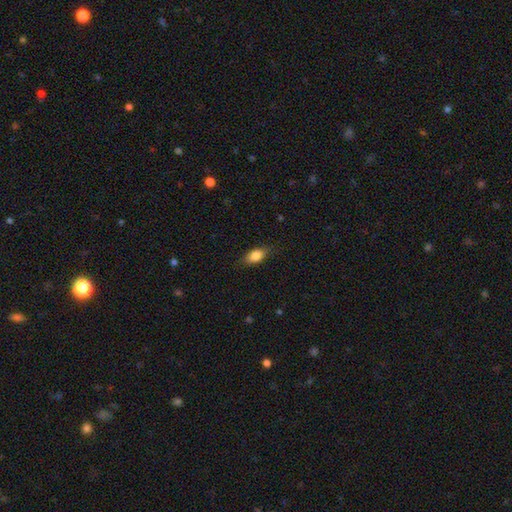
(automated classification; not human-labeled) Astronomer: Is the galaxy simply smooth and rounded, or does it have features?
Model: smooth — 82%.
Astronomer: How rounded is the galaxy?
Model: in between — 84%.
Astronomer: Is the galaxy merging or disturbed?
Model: none — 80%.